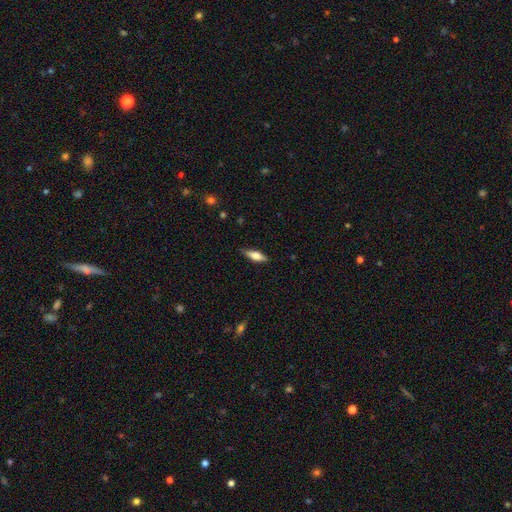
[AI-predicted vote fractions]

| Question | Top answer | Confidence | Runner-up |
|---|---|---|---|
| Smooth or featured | smooth | 57% | featured or disk (36%) |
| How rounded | in between | 50% | cigar-shaped (48%) |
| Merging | none | 84% | minor disturbance (13%) |